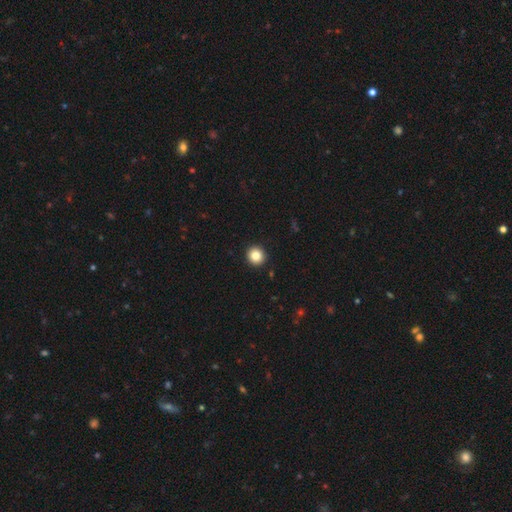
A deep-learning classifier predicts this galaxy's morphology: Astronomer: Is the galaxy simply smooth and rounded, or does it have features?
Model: smooth — 85%.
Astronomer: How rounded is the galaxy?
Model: round — 92%.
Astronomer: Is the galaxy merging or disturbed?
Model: none — 93%.